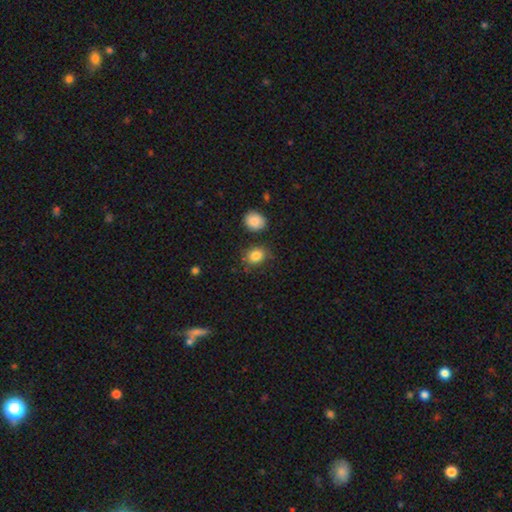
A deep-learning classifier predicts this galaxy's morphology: A smooth galaxy with no disk features (85%) that is round (54%). Merging: none (78%).